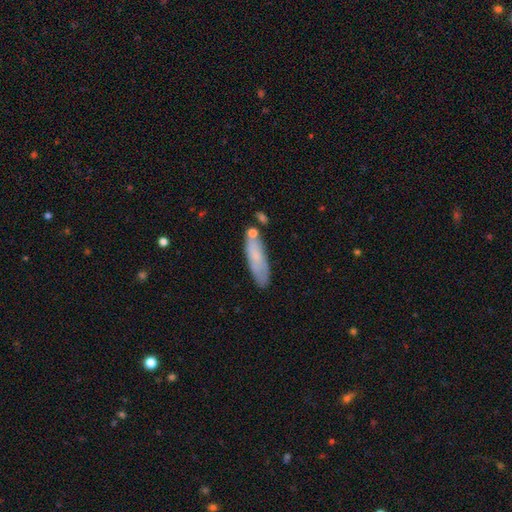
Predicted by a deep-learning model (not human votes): A smooth galaxy with no disk features (68%) that is cigar-shaped (60%).

Vote fractions:
- Smooth or featured? smooth: 68% / featured or disk: 24% / star or artifact: 8%
- How rounded? cigar-shaped: 60% / in between: 38% / round: 2%
- Merging? none: 64% / minor disturbance: 20% / merger: 11% / major disturbance: 6%